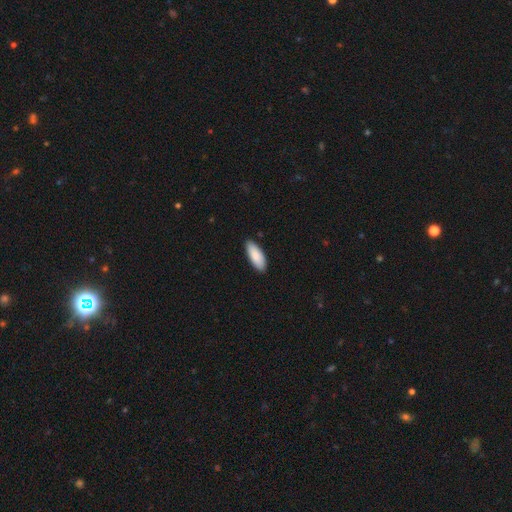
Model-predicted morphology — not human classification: type=smooth (89%); roundness=in between (78%); merging=none (88%).